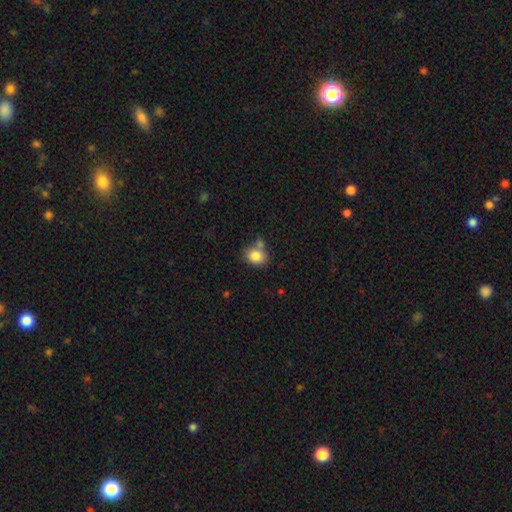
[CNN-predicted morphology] smooth-or-featured: smooth: 83% | star or artifact: 9% | featured or disk: 8%
  how-rounded: round: 54% | in between: 45% | cigar-shaped: 1%
  merging: none: 56% | merger: 23% | minor disturbance: 16% | major disturbance: 5%